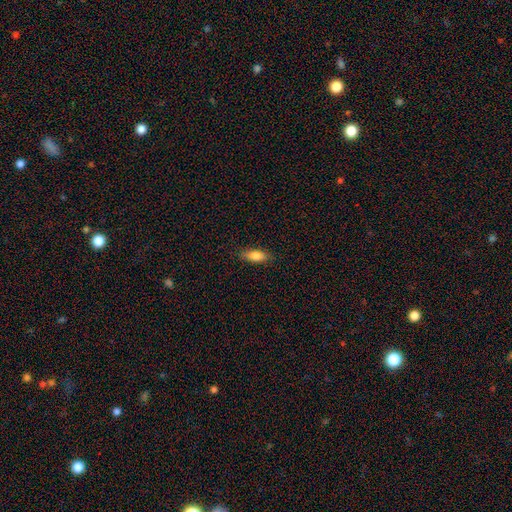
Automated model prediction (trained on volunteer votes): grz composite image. It shows a smooth galaxy with no disk features (81%) that is in between round and cigar-shaped (70%). Merging: none (86%).